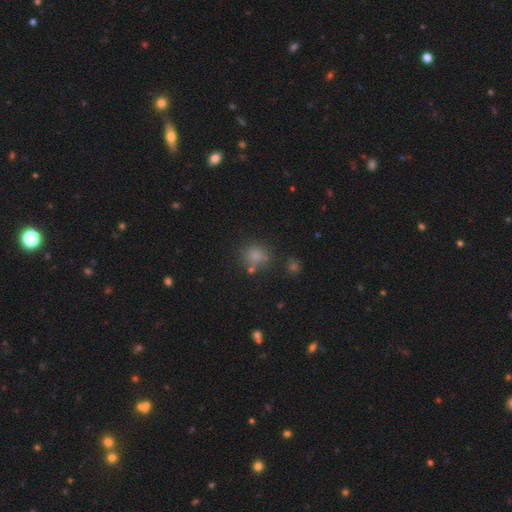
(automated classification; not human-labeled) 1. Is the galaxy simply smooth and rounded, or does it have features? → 76% smooth, 17% star or artifact, 8% featured or disk.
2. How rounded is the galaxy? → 82% round, 17% in between, 1% cigar-shaped.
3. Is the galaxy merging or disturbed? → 69% none, 13% minor disturbance, 13% merger, 5% major disturbance.